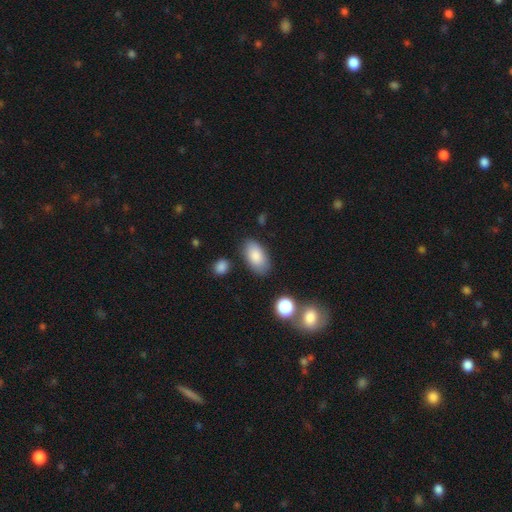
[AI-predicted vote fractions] The model was most divided on "merging": none: 82%, minor disturbance: 12%, major disturbance: 3%, merger: 3%. More confident: how rounded — in between (94%); smooth or featured — smooth (85%).